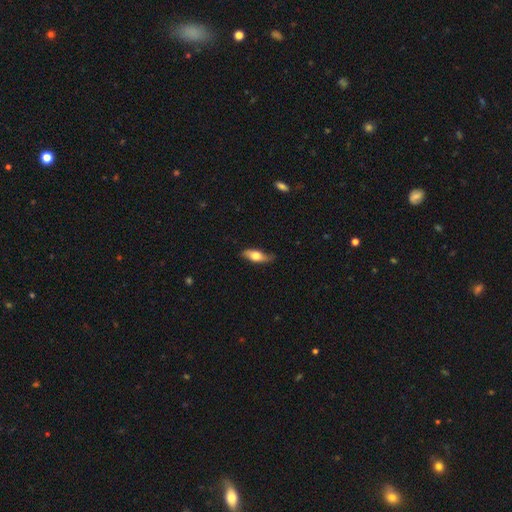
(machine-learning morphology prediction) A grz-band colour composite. It shows a smooth galaxy with no disk features (57%) that is in between round and cigar-shaped (67%). Merging: none (76%).